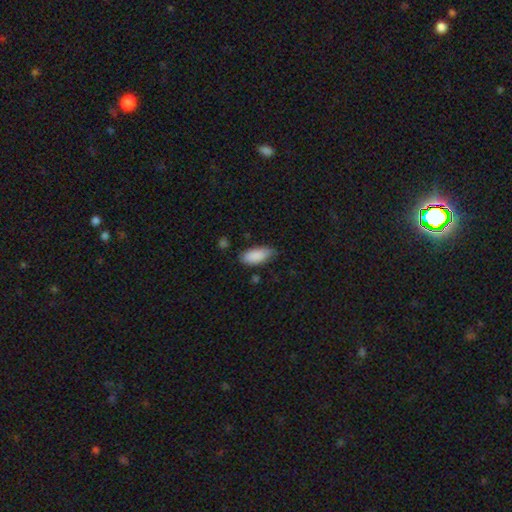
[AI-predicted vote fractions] smooth 89%, star or artifact 6%, featured or disk 5%. Down the decision tree: how rounded — in between (88%); merging — none (72%).